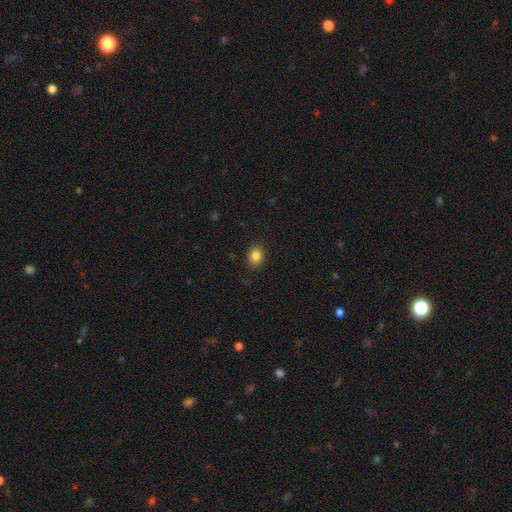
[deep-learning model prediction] Smooth or featured? smooth (84%)
How rounded? in between (55%)
Merging? none (87%)